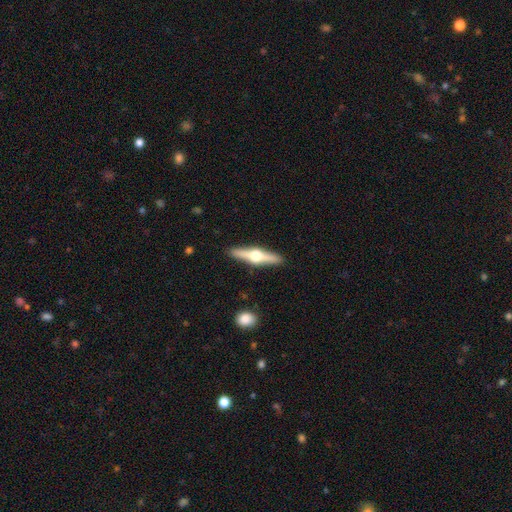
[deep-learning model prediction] Smooth or featured? featured or disk (73%)
Edge-on disk? yes (98%)
Edge-on bulge? rounded (96%)
Merging? none (91%)